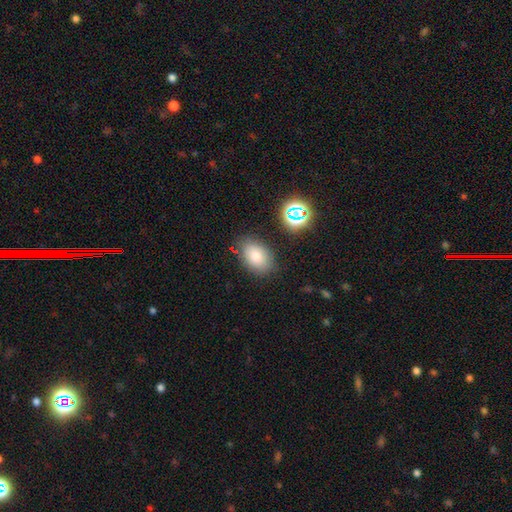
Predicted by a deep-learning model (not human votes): A smooth galaxy with no disk features (77%) that is in between round and cigar-shaped (82%).

Vote fractions:
- Smooth or featured? smooth: 77% / star or artifact: 12% / featured or disk: 11%
- How rounded? in between: 82% / round: 17% / cigar-shaped: 1%
- Merging? none: 80% / minor disturbance: 13% / major disturbance: 3% / merger: 3%